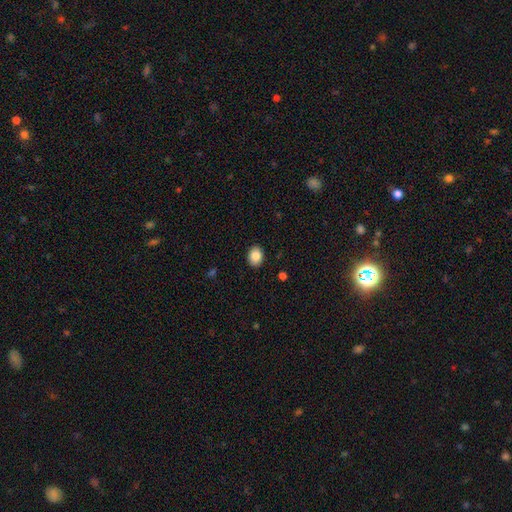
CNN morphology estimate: Smooth or featured: smooth — 86% (star or artifact — 8%)
How rounded: in between — 61% (round — 38%)
Merging: none — 90% (minor disturbance — 7%)